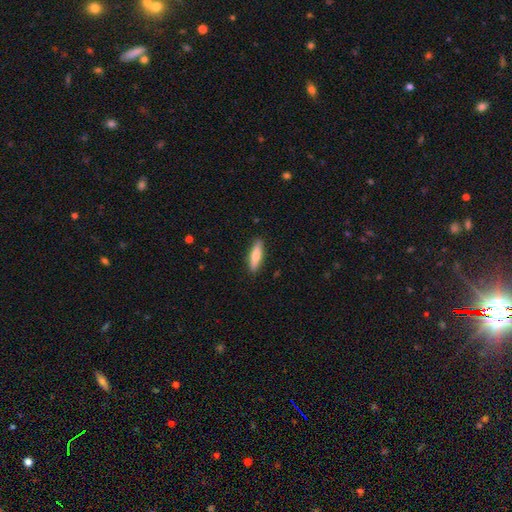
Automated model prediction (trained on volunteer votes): smooth-or-featured: smooth: 67% | featured or disk: 27% | star or artifact: 6%
  how-rounded: cigar-shaped: 65% | in between: 33% | round: 2%
  merging: none: 88% | minor disturbance: 9% | major disturbance: 2% | merger: 1%